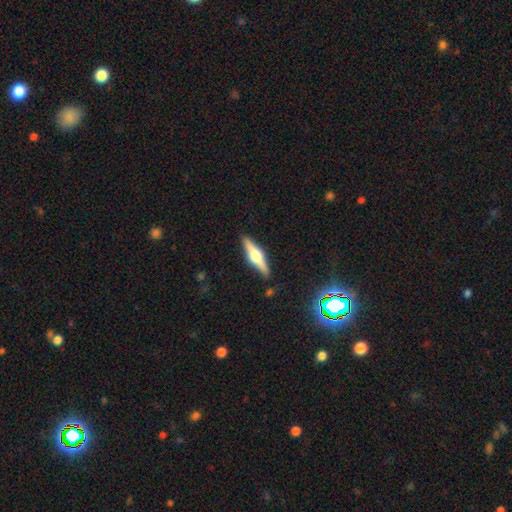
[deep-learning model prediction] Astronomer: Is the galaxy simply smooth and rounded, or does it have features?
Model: featured or disk — 67%.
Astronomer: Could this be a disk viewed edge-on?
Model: yes — 97%.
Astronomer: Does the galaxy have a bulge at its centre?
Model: rounded — 94%.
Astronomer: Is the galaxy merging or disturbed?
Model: none — 88%.